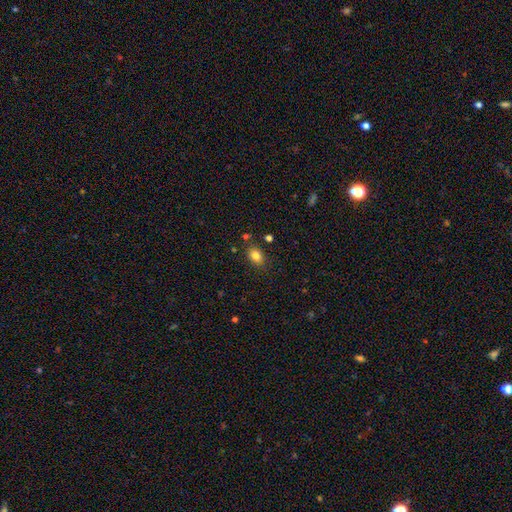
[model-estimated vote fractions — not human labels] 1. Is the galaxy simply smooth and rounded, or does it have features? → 82% smooth, 11% star or artifact, 7% featured or disk.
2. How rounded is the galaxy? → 73% in between, 25% round, 1% cigar-shaped.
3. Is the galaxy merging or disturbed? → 80% none, 13% minor disturbance, 4% merger, 3% major disturbance.